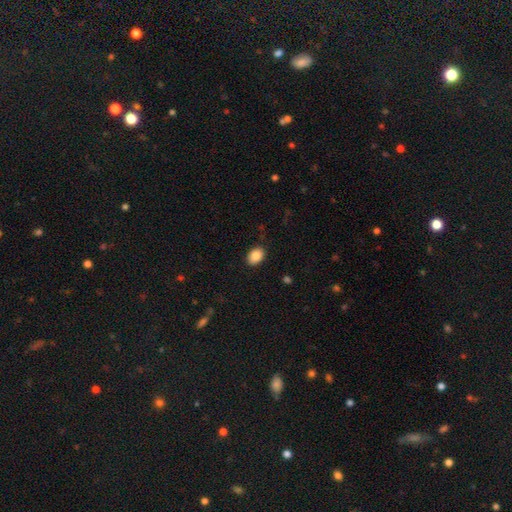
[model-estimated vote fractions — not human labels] Q: Smooth or featured?
A: smooth (87%); runner-up: star or artifact (8%)
Q: How rounded?
A: in between (77%); runner-up: round (22%)
Q: Merging?
A: none (88%); runner-up: minor disturbance (9%)